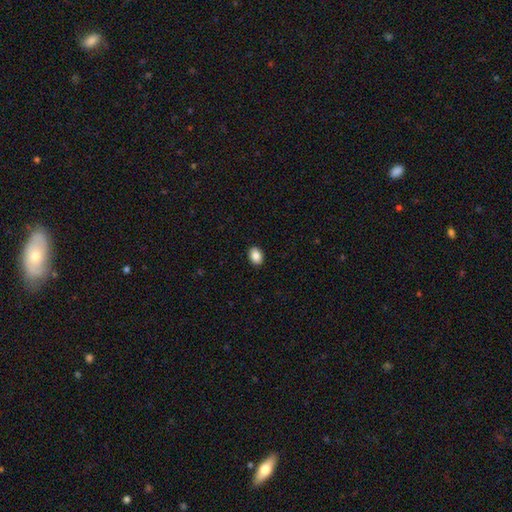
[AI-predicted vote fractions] Q: Smooth or featured?
A: smooth (88%); runner-up: star or artifact (8%)
Q: How rounded?
A: in between (79%); runner-up: round (20%)
Q: Merging?
A: none (91%); runner-up: minor disturbance (6%)